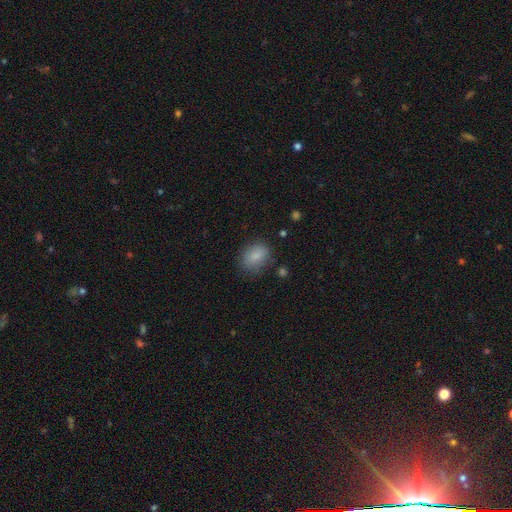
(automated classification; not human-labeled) This appears to be a smooth galaxy with no disk features (85%) that is in between round and cigar-shaped (75%). Merging: none (75%).